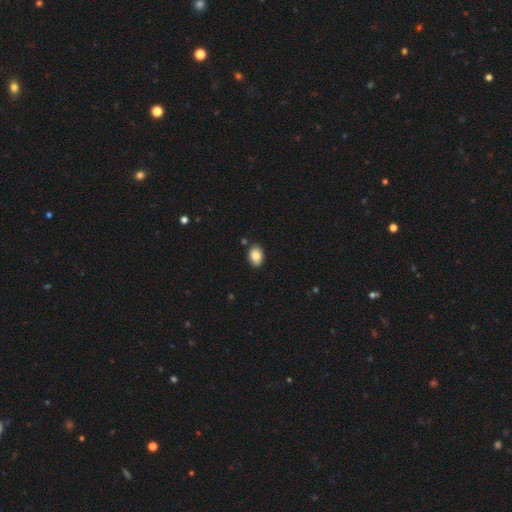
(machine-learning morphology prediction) Smooth or featured: smooth — 86% (star or artifact — 8%)
How rounded: in between — 82% (round — 17%)
Merging: none — 84% (minor disturbance — 11%)